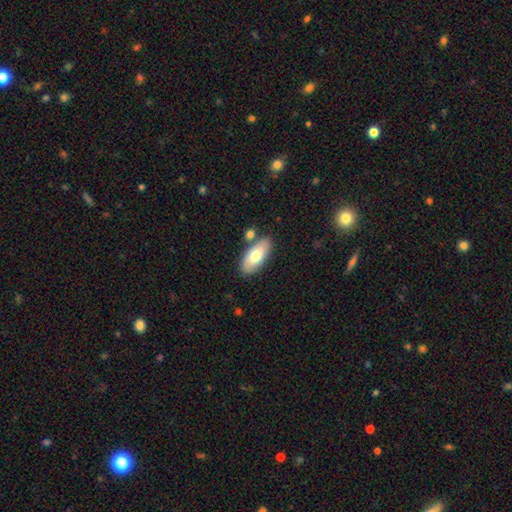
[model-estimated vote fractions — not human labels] Smooth or featured? Predicted: smooth (p=0.71). How rounded? Predicted: in between (p=0.89). Merging? Predicted: none (p=0.76).